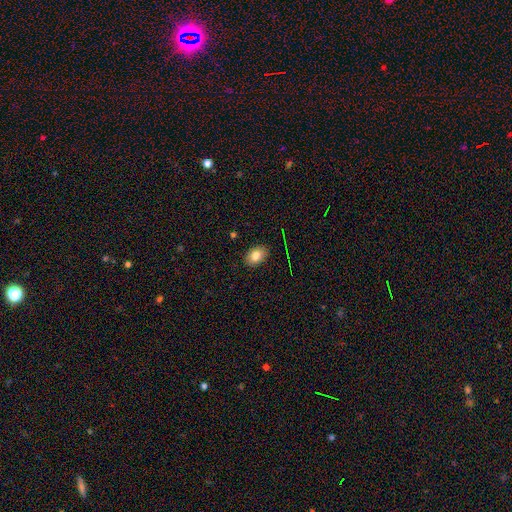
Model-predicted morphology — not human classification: type=smooth (82%); roundness=in between (81%); merging=none (88%).